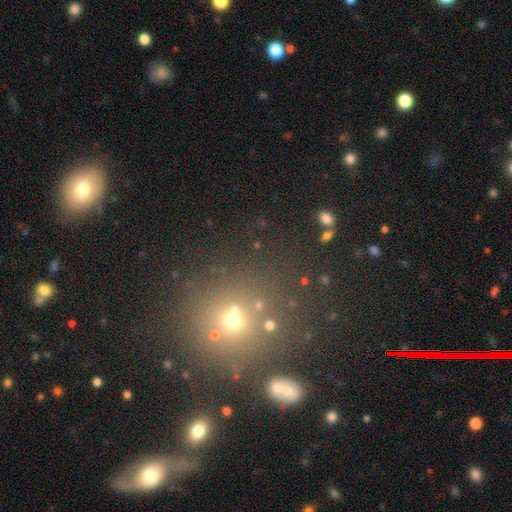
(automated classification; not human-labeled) This appears to be a star or artifact, not a galaxy (47%).